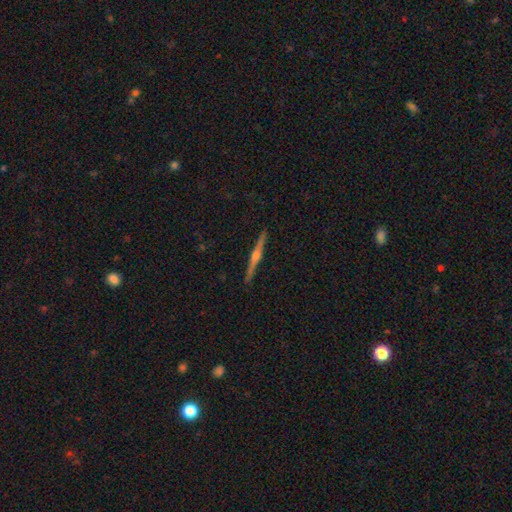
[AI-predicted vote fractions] This is clearly a featured or disk galaxy (82%). It is clearly viewed edge-on (99%). Edge-on bulge: clearly rounded (89%). Merging: clearly none (93%).